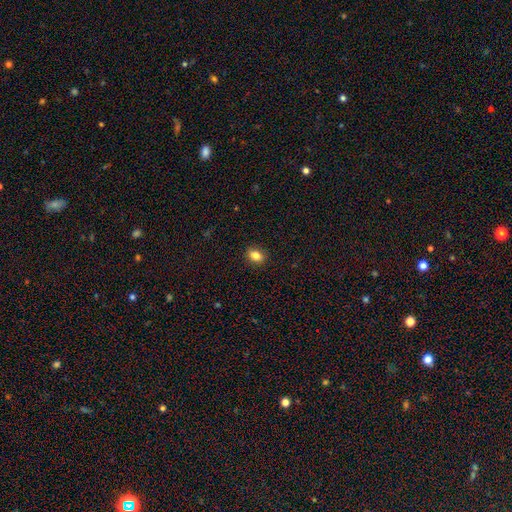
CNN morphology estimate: This is clearly a smooth galaxy (84%). How rounded: likely in between (71%). Merging: clearly none (90%).